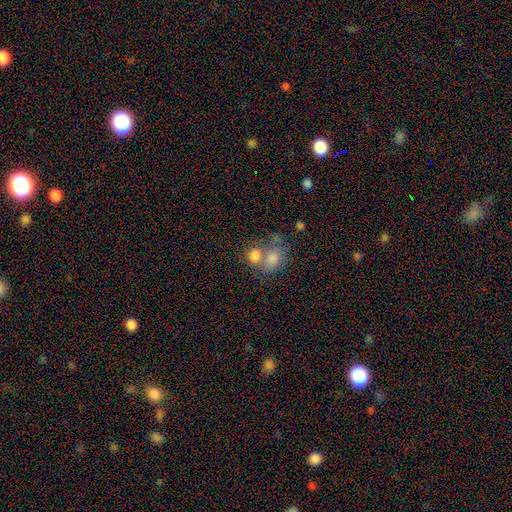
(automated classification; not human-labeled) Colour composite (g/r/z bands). It shows a smooth galaxy with no disk features (75%) that is round (60%). Merging: merger (57%).